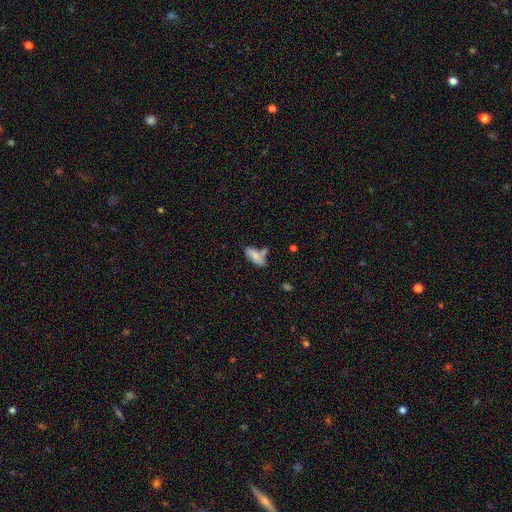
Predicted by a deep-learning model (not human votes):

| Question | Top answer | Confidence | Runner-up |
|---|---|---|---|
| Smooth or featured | smooth | 79% | featured or disk (13%) |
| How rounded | in between | 75% | cigar-shaped (22%) |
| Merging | none | 49% | merger (25%) |